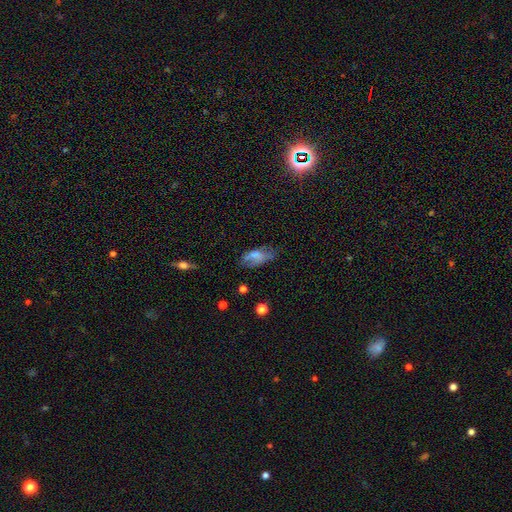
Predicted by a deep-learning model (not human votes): The model was most divided on "merging": none: 45%, minor disturbance: 29%, major disturbance: 21%, merger: 5%. More confident: how rounded — in between (88%); smooth or featured — smooth (60%).